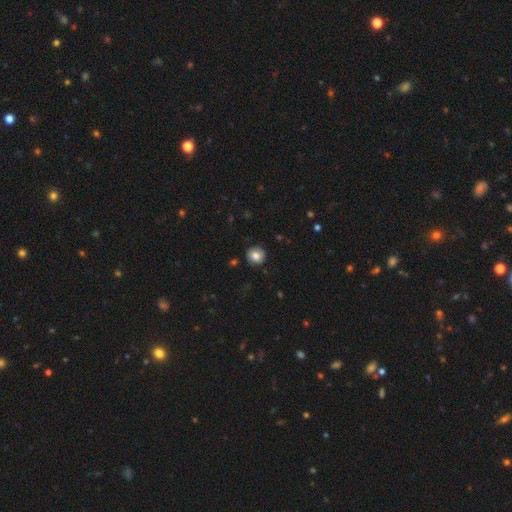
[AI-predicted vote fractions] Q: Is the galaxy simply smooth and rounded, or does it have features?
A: smooth — 81%.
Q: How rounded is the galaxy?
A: round — 89%.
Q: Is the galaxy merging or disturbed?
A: none — 87%.